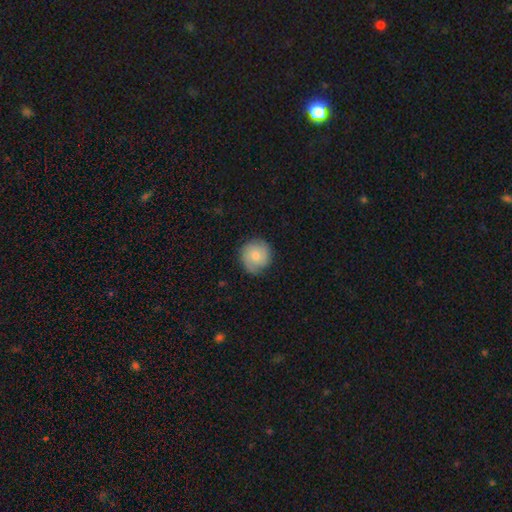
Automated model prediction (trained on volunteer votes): Smooth or featured? Predicted: smooth (p=0.62). How rounded? Predicted: round (p=0.93). Merging? Predicted: none (p=0.80).